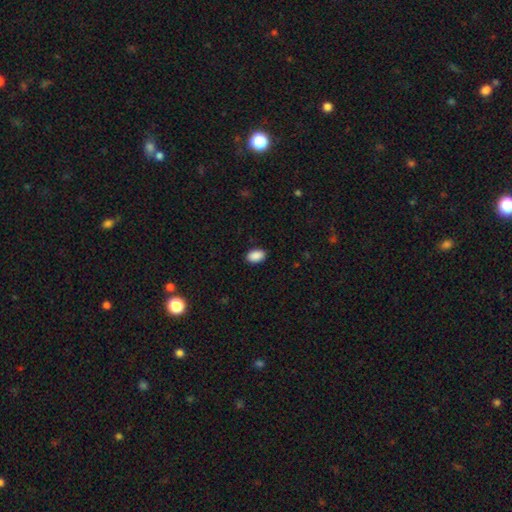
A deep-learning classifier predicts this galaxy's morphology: Smooth or featured?
  - smooth: 90% *
  - star or artifact: 8%
  - featured or disk: 2%
How rounded?
  - in between: 90% *
  - round: 8%
  - cigar-shaped: 1%
Merging?
  - none: 89% *
  - minor disturbance: 8%
  - major disturbance: 2%
  - merger: 1%